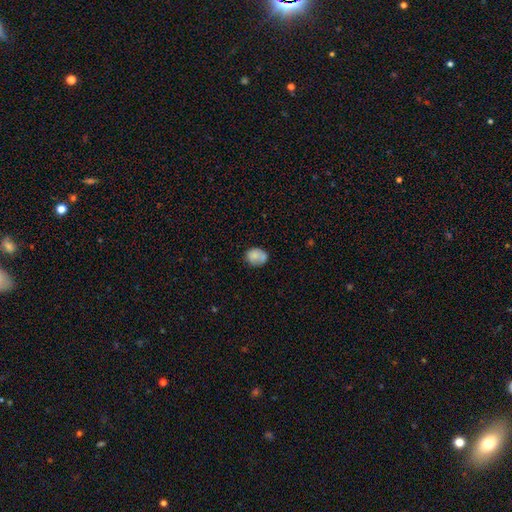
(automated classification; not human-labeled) smooth 79%, featured or disk 13%, star or artifact 8%. Down the decision tree: how rounded — round (52%); merging — none (57%).